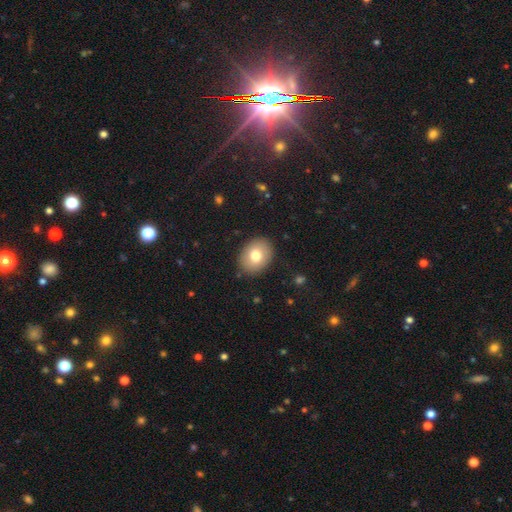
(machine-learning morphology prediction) Overall: smooth (76%). How rounded: in between (60%; round 39%). Merging: none (88%).